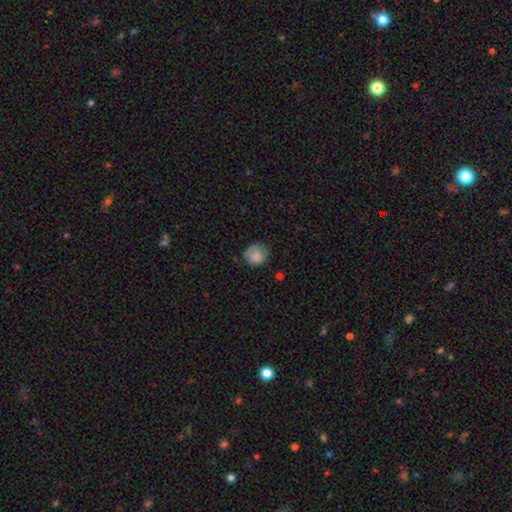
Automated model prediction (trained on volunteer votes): This appears to be a smooth galaxy with no disk features (83%) that is round (83%). Merging: none (68%).